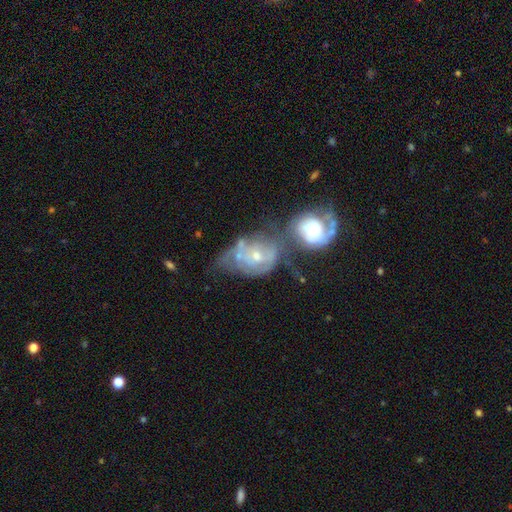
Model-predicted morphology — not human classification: smooth-or-featured: featured or disk: 71% | smooth: 20% | star or artifact: 9%
  disk-edge-on: no: 96% | yes: 4%
    bar: no: 73% | weak: 21% | strong: 6%
    has-spiral-arms: yes: 73% | no: 27%
    bulge-size: moderate: 50% | small: 42% | large: 4% | none: 3% | dominant: 1%
  merging: merger: 62% | none: 15% | major disturbance: 14% | minor disturbance: 10%